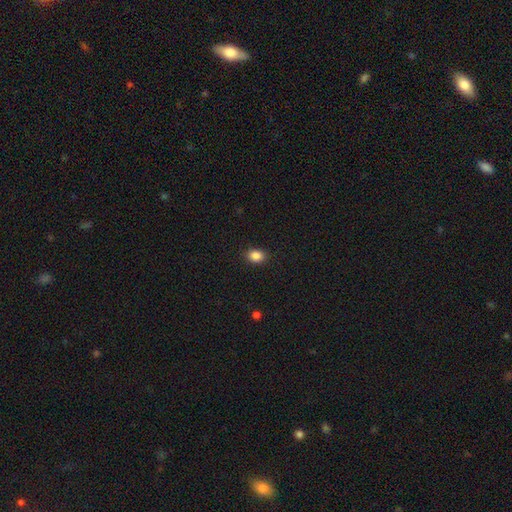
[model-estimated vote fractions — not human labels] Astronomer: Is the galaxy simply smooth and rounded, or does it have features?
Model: smooth — 87%.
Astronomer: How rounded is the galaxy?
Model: in between — 62%.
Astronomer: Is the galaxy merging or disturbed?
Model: none — 89%.